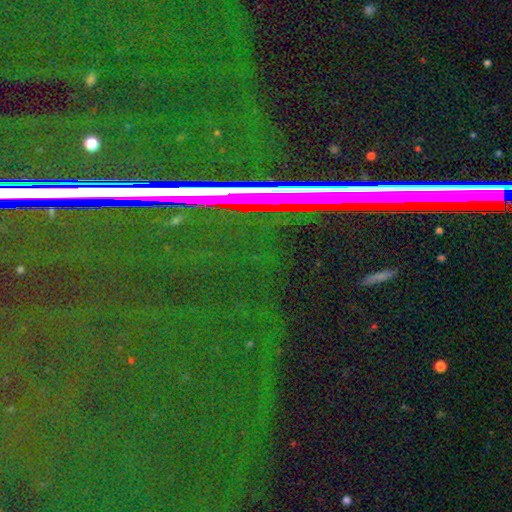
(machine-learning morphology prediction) The model was most divided on "smooth or featured": star or artifact: 82%, featured or disk: 9%, smooth: 9%.